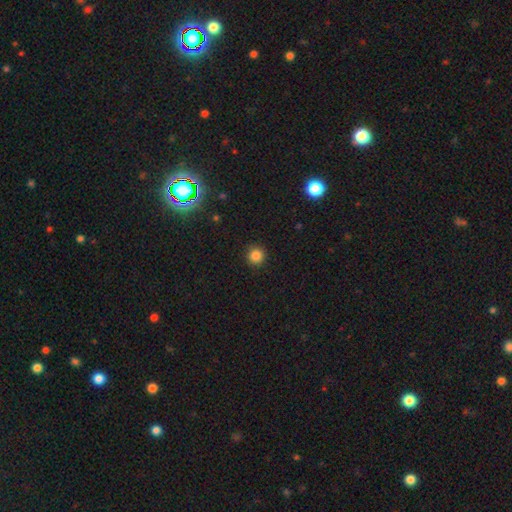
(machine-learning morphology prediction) type=smooth (84%); roundness=round (95%); merging=none (92%).